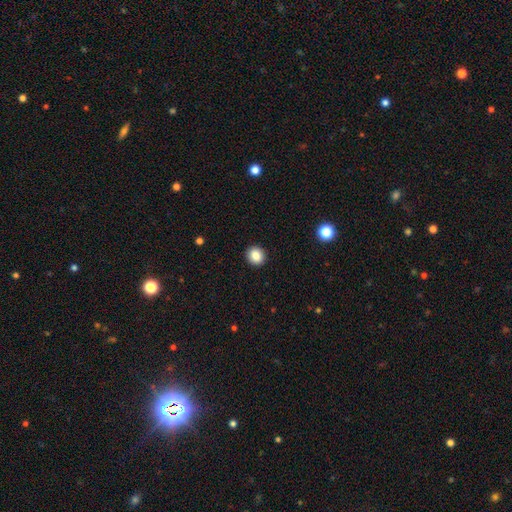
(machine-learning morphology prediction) Smooth or featured? Predicted: smooth (p=0.85). How rounded? Predicted: round (p=0.87). Merging? Predicted: none (p=0.93).